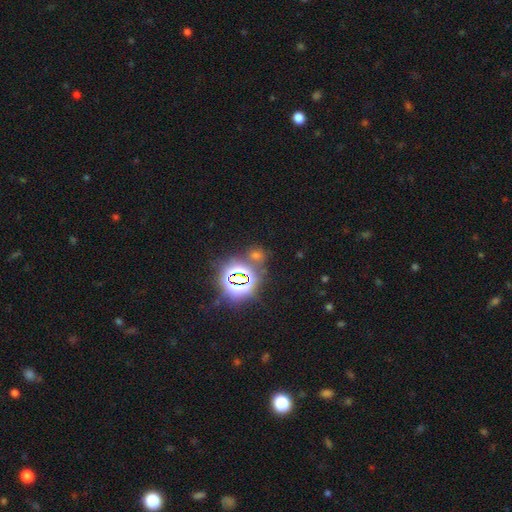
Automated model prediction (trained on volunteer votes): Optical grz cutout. It shows a star or artifact, not a galaxy (62%).